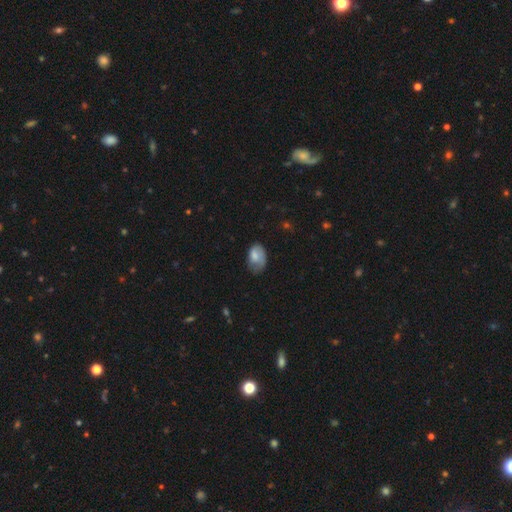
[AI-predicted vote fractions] This is likely a smooth galaxy (68%). How rounded: clearly in between (85%). Merging: marginally none (42%).